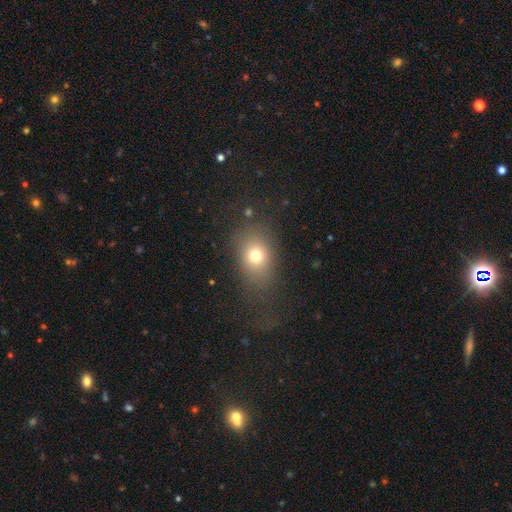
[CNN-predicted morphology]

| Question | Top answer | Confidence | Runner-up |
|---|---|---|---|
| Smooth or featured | smooth | 73% | star or artifact (15%) |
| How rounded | in between | 54% | round (44%) |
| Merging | none | 70% | minor disturbance (15%) |